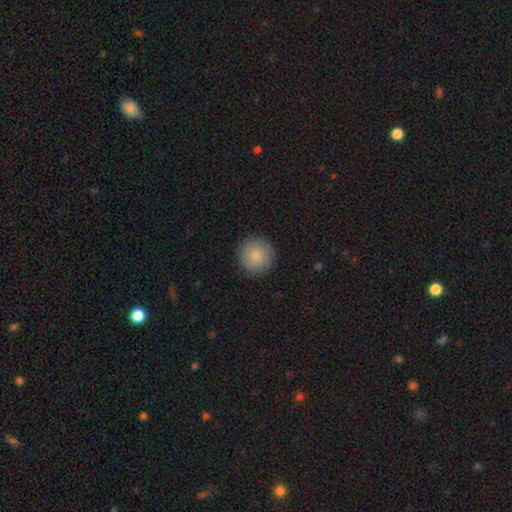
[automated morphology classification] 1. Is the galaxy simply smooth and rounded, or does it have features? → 85% smooth, 8% star or artifact, 7% featured or disk.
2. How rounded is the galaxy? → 95% round, 4% in between, 1% cigar-shaped.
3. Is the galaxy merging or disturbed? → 90% none, 7% minor disturbance, 2% major disturbance, 1% merger.